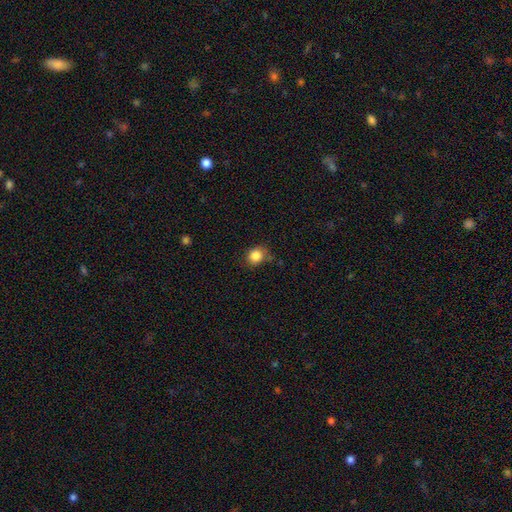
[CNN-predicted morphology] The model was most divided on "how rounded": round: 69%, in between: 30%, cigar-shaped: 1%. More confident: smooth or featured — smooth (85%); merging — none (73%).